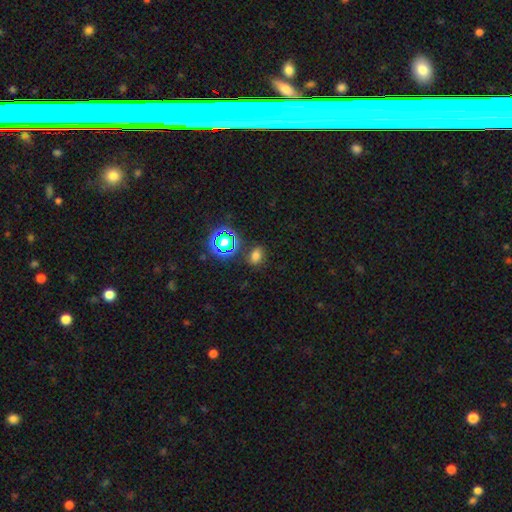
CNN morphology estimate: This is likely a smooth galaxy (67%). How rounded: likely in between (66%). Merging: likely none (80%).